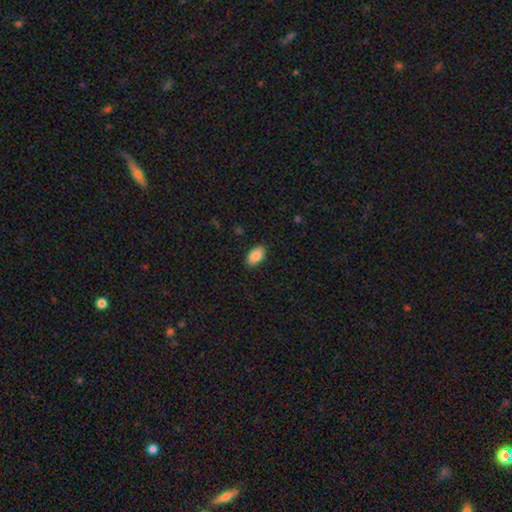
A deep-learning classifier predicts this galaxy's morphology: This appears to be a smooth galaxy with no disk features (87%) that is in between round and cigar-shaped (94%). Merging: none (88%).